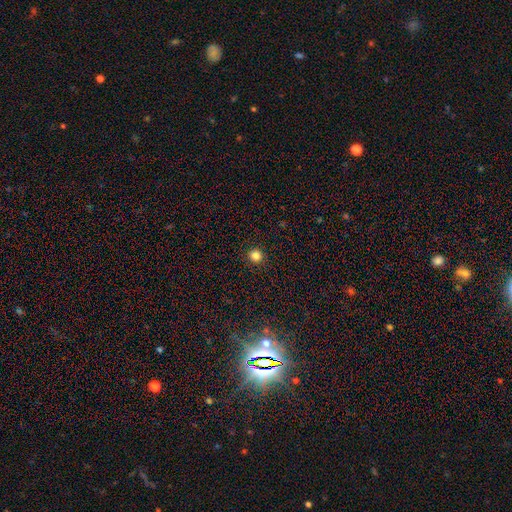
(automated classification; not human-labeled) Overall: smooth (83%). How rounded: round (90%). Merging: none (93%).